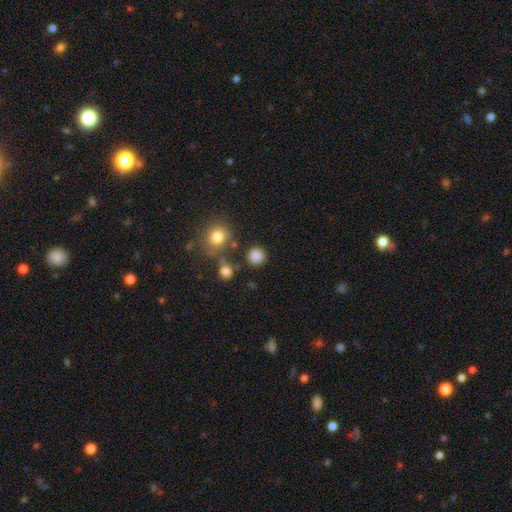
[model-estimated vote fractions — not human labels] smooth-or-featured: smooth: 83% | star or artifact: 12% | featured or disk: 5%
  how-rounded: round: 93% | in between: 6% | cigar-shaped: 1%
  merging: none: 84% | minor disturbance: 8% | merger: 5% | major disturbance: 3%